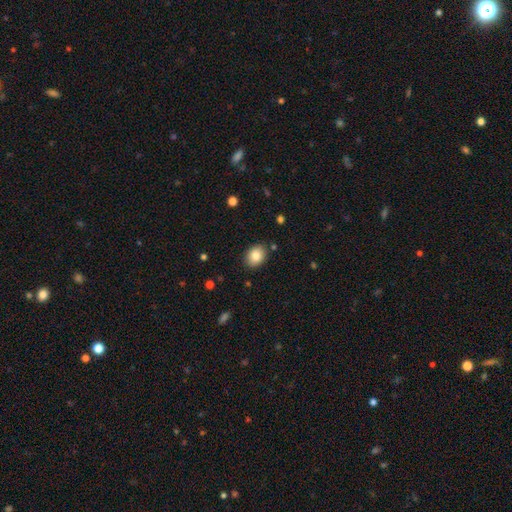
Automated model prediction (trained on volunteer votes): This appears to be a smooth galaxy with no disk features (84%) that is in between round and cigar-shaped (64%). Merging: none (86%).